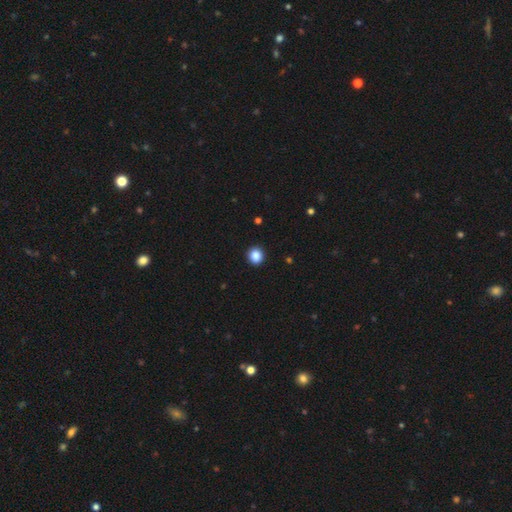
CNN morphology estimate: smooth 87%, star or artifact 10%, featured or disk 3%. Down the decision tree: how rounded — round (87%); merging — none (92%).